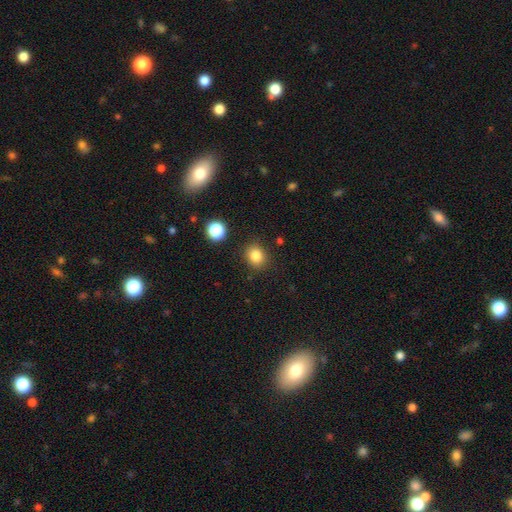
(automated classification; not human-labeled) smooth 83%, star or artifact 12%, featured or disk 5%. Down the decision tree: how rounded — round (70%); merging — none (86%).